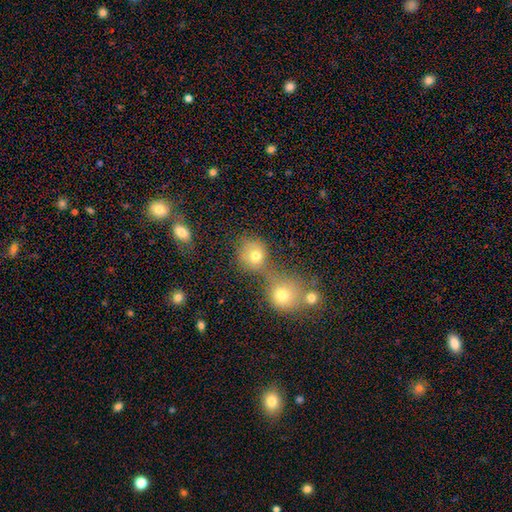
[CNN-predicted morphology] Smooth or featured: smooth — 74% (star or artifact — 15%)
How rounded: round — 84% (in between — 15%)
Merging: merger — 44% (none — 43%)